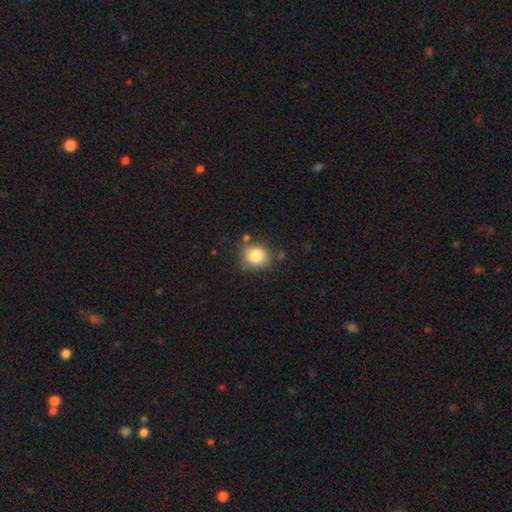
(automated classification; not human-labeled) smooth_or_featured: smooth (p=0.83) [alt: star or artifact p=0.10]
how_rounded: round (p=0.75) [alt: in between p=0.24]
merging: none (p=0.75) [alt: minor disturbance p=0.15]